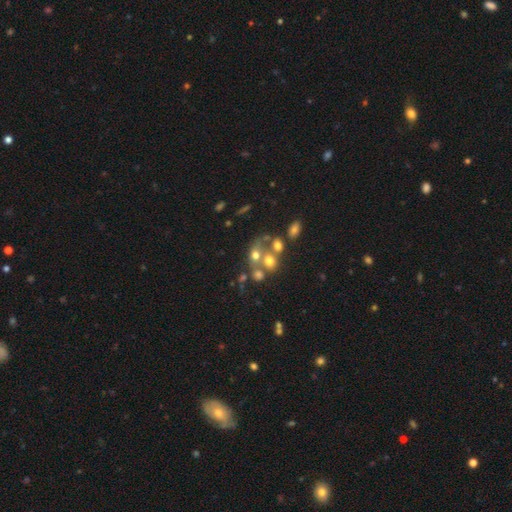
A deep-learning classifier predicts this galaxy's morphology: Smooth or featured? Predicted: smooth (p=0.56). How rounded? Predicted: round (p=0.57). Merging? Predicted: merger (p=0.51).